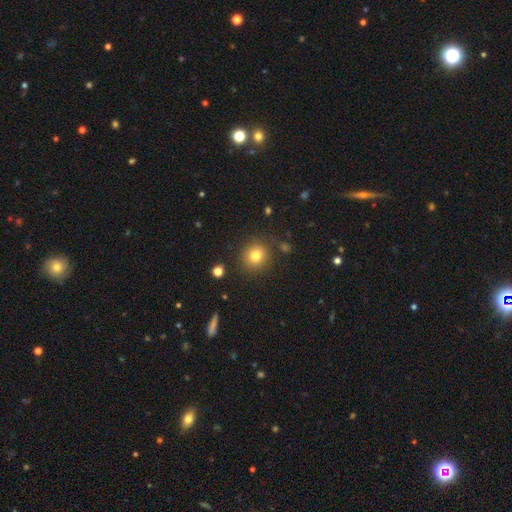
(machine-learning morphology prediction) smooth-or-featured: smooth: 80% | star or artifact: 12% | featured or disk: 8%
  how-rounded: round: 89% | in between: 10% | cigar-shaped: 1%
  merging: none: 87% | minor disturbance: 8% | major disturbance: 3% | merger: 2%